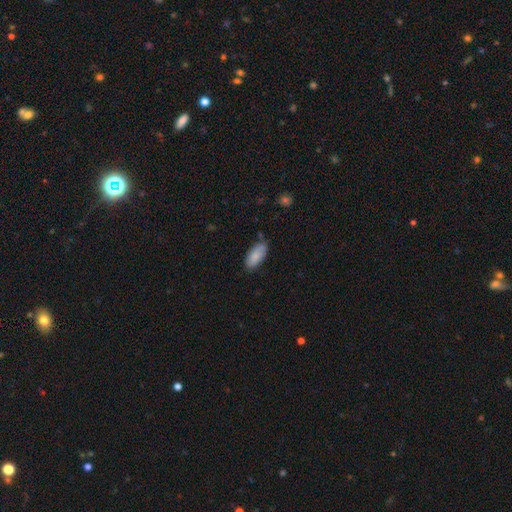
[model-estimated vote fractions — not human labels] smooth-or-featured: smooth: 84% | featured or disk: 10% | star or artifact: 6%
  how-rounded: in between: 90% | cigar-shaped: 8% | round: 2%
  merging: none: 73% | minor disturbance: 21% | major disturbance: 3% | merger: 3%